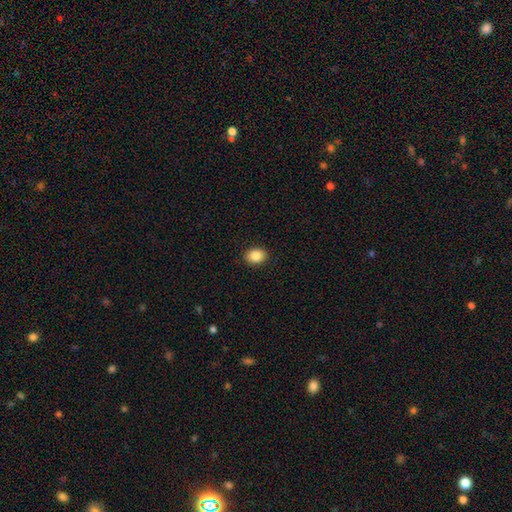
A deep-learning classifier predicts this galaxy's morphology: Overall: smooth (88%). How rounded: in between (54%; round 45%). Merging: none (91%).